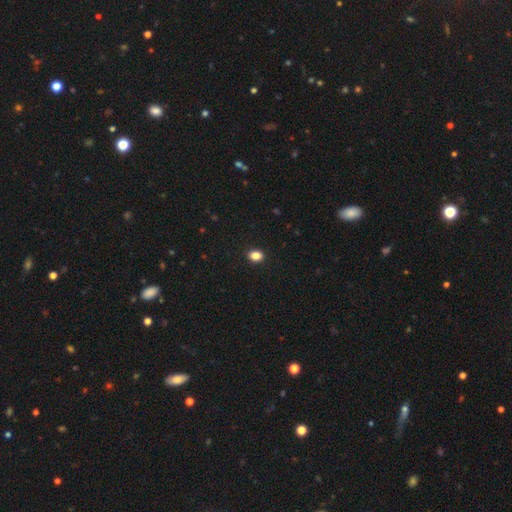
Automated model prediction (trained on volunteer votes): Smooth or featured: smooth — 86% (star or artifact — 11%)
How rounded: in between — 65% (round — 34%)
Merging: none — 91% (minor disturbance — 7%)